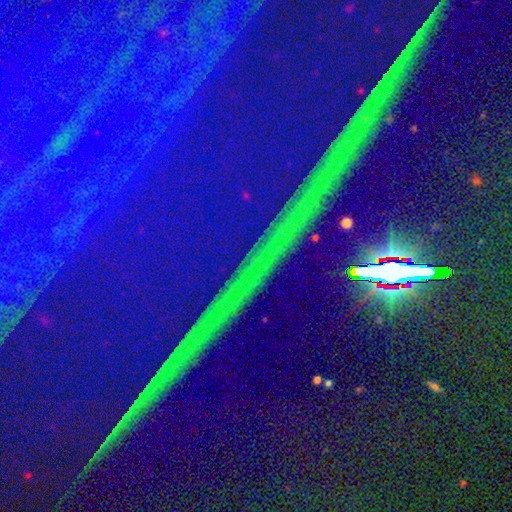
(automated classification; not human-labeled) The model was most divided on "smooth or featured": star or artifact: 90%, featured or disk: 5%, smooth: 4%.